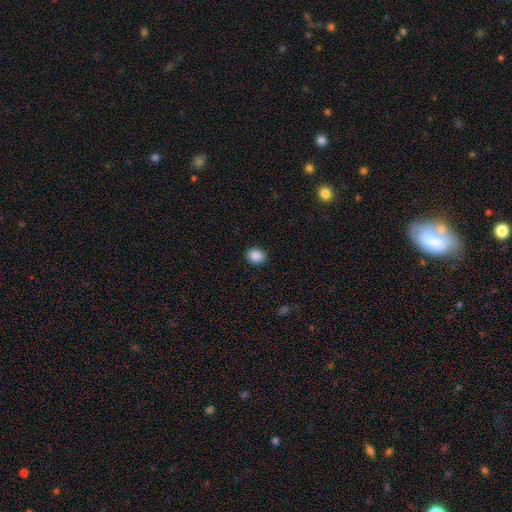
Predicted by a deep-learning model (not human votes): Smooth or featured: smooth — 89% (star or artifact — 9%)
How rounded: round — 50% (in between — 49%)
Merging: none — 89% (minor disturbance — 8%)